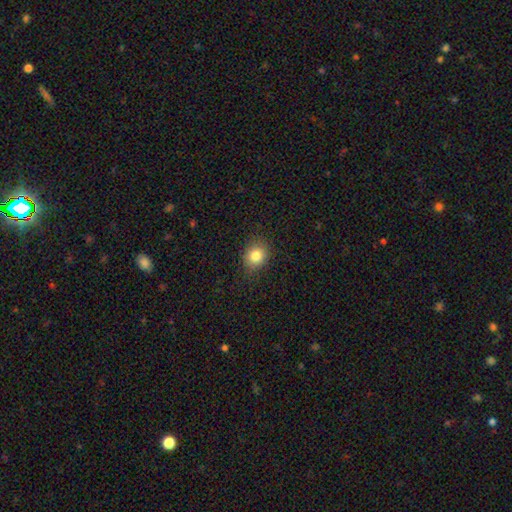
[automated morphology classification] This is clearly a smooth galaxy (82%). How rounded: likely round (66%). Merging: clearly none (85%).